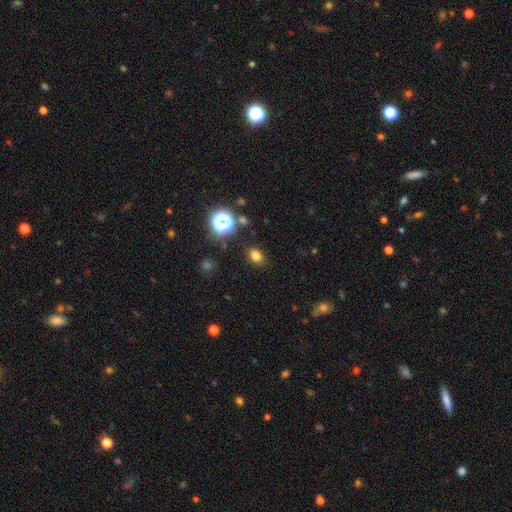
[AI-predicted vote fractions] smooth 76%, star or artifact 18%, featured or disk 6%. Down the decision tree: how rounded — in between (57%); merging — none (85%).